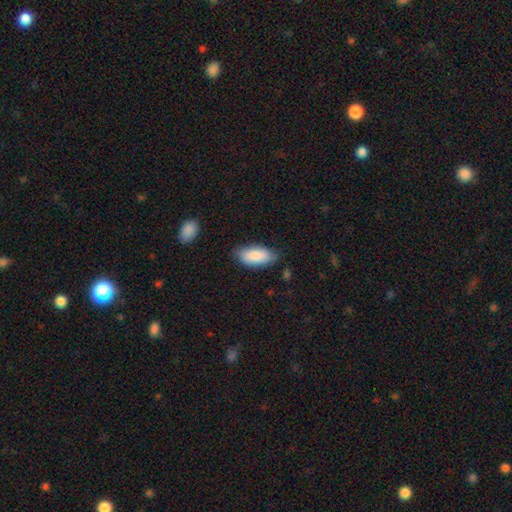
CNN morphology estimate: This appears to be a smooth galaxy with no disk features (86%) that is in between round and cigar-shaped (91%). Merging: none (73%).